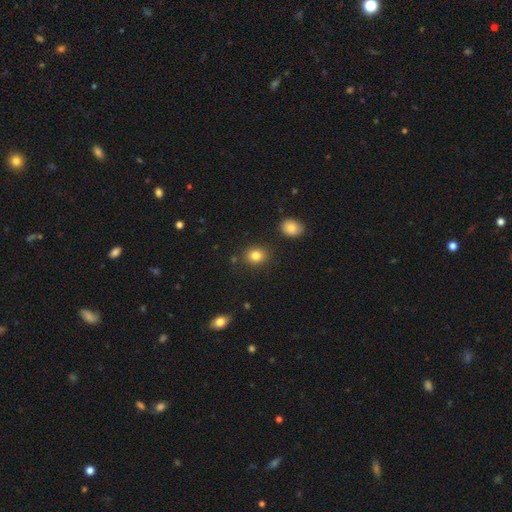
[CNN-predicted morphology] Q: Smooth or featured?
A: smooth (83%); runner-up: star or artifact (11%)
Q: How rounded?
A: round (65%); runner-up: in between (34%)
Q: Merging?
A: none (85%); runner-up: minor disturbance (8%)